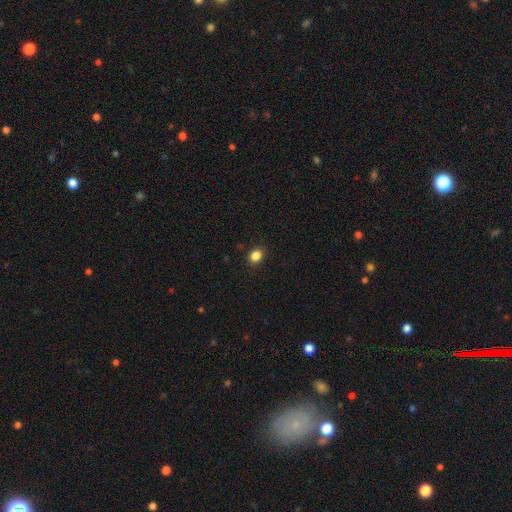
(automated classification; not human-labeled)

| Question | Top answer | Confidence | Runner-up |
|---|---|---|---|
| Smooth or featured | smooth | 85% | star or artifact (11%) |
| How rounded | round | 61% | in between (38%) |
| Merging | none | 89% | minor disturbance (7%) |